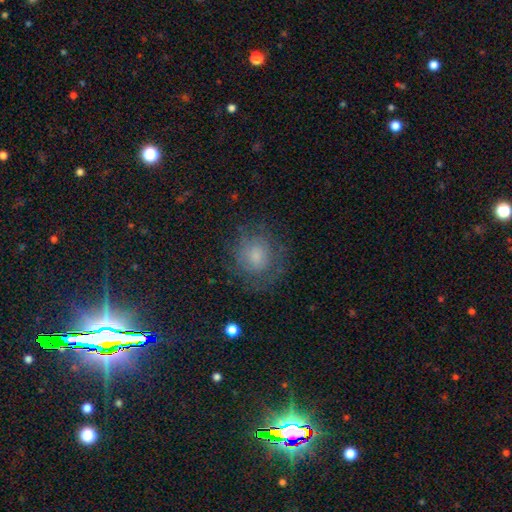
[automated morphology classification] Smooth or featured?
  - smooth: 62% *
  - featured or disk: 26%
  - star or artifact: 12%
How rounded?
  - round: 79% *
  - in between: 20%
  - cigar-shaped: 1%
Merging?
  - none: 69% *
  - minor disturbance: 18%
  - major disturbance: 12%
  - merger: 1%